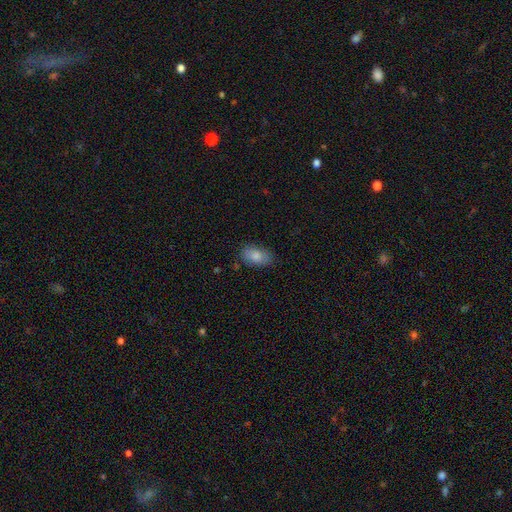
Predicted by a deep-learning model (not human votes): smooth-or-featured: smooth: 83% | featured or disk: 9% | star or artifact: 7%
  how-rounded: in between: 91% | round: 7% | cigar-shaped: 2%
  merging: none: 80% | minor disturbance: 15% | major disturbance: 3% | merger: 2%